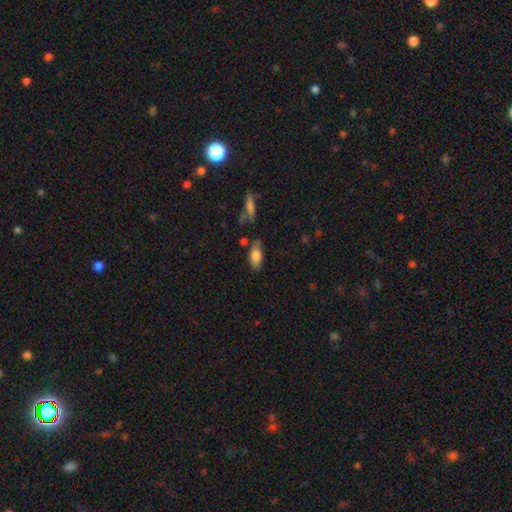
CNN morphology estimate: smooth_or_featured: smooth (p=0.78) [alt: featured or disk p=0.15]
how_rounded: in between (p=0.82) [alt: cigar-shaped p=0.15]
merging: none (p=0.72) [alt: minor disturbance p=0.18]